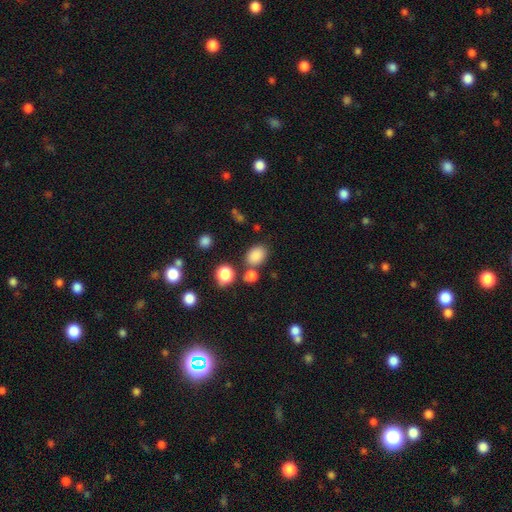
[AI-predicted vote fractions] smooth 83%, star or artifact 12%, featured or disk 5%. Down the decision tree: how rounded — in between (64%); merging — none (70%).